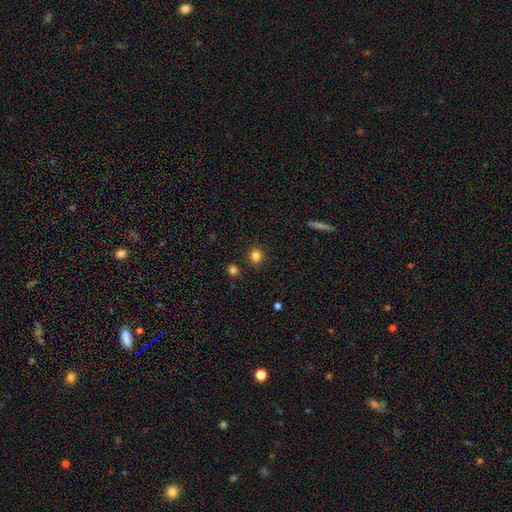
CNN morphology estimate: Overall: smooth (83%). How rounded: round (91%). Merging: none (89%).